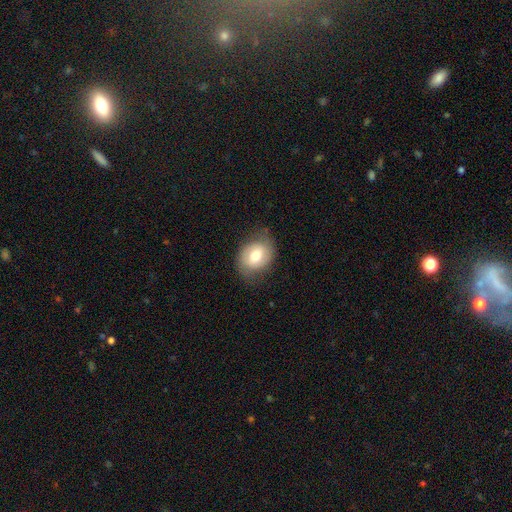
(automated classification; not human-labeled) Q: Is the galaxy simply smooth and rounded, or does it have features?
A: smooth — 64%.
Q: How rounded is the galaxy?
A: in between — 60%.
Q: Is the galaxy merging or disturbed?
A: none — 69%.